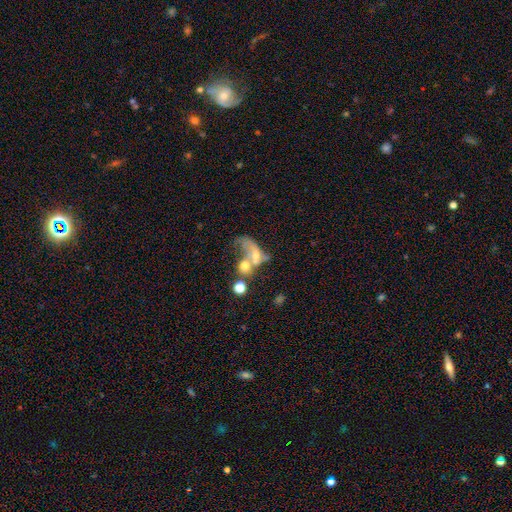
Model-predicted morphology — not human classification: Overall: featured or disk (44%; smooth 42%). Merging: merger (60%; major disturbance 23%).